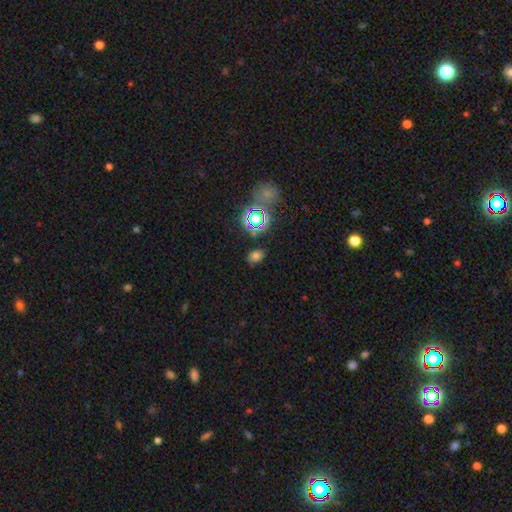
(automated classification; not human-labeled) Overall: smooth (66%; star or artifact 26%). How rounded: in between (69%; round 30%). Merging: none (80%).